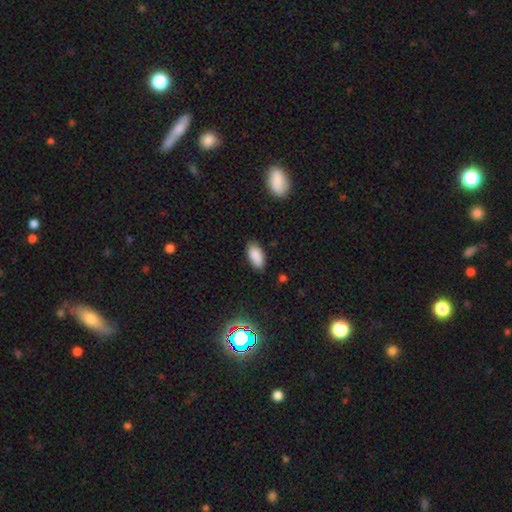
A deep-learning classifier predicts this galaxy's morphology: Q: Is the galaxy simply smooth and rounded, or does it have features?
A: smooth — 88%.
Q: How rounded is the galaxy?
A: in between — 92%.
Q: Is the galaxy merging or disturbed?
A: none — 83%.